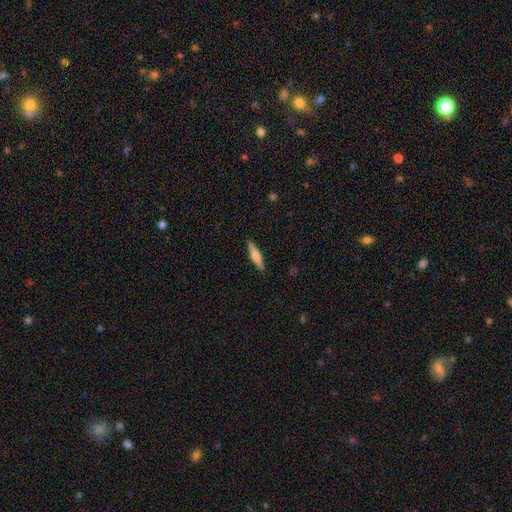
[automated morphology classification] Smooth or featured? featured or disk (51%)
Edge-on disk? yes (96%)
Merging? none (90%)